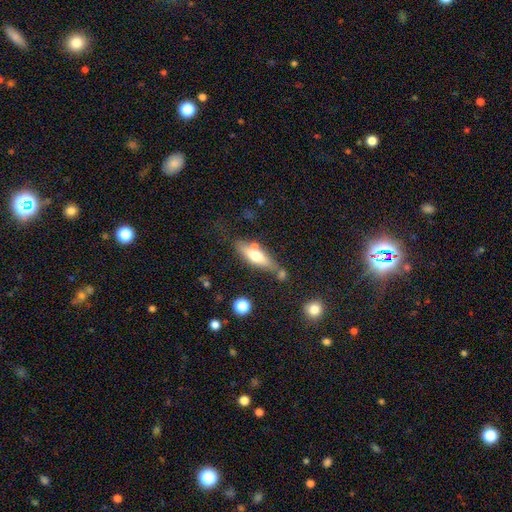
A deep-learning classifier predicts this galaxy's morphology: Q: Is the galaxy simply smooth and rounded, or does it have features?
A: smooth — 53%.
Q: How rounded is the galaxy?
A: cigar-shaped — 50%.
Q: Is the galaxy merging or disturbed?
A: none — 60%.